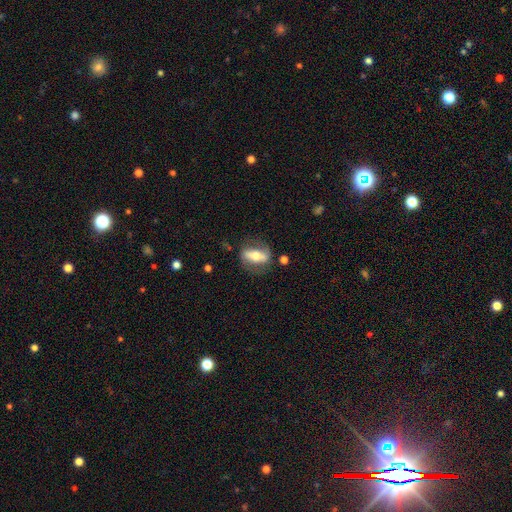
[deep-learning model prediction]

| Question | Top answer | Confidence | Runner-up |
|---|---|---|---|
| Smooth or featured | featured or disk | 58% | smooth (35%) |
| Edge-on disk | no | 68% | yes (32%) |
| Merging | none | 70% | minor disturbance (17%) |